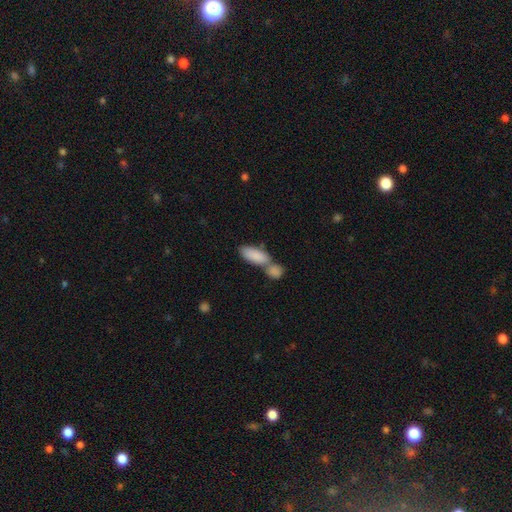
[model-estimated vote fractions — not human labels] Morphology: type=smooth (86%); roundness=in between (82%); merging=merger (56%).